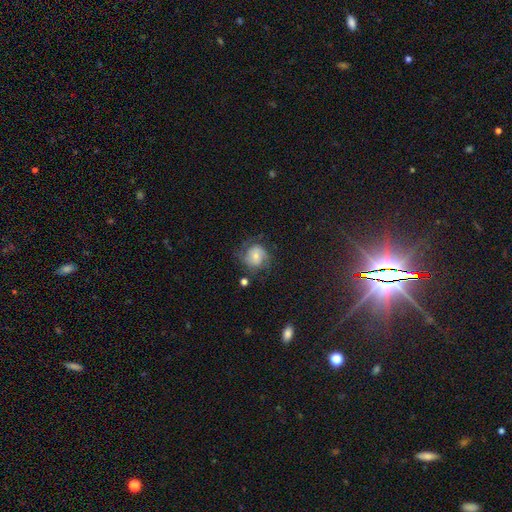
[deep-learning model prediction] Smooth or featured? Predicted: featured or disk (p=0.59). Edge-on disk? Predicted: no (p=0.98). Bar? Predicted: no (p=0.65). Spiral arms? Predicted: yes (p=0.87). Spiral winding? Predicted: medium (p=0.43). Spiral arm count? Predicted: 2 (p=0.57). Bulge size? Predicted: small (p=0.53). Merging? Predicted: none (p=0.60).